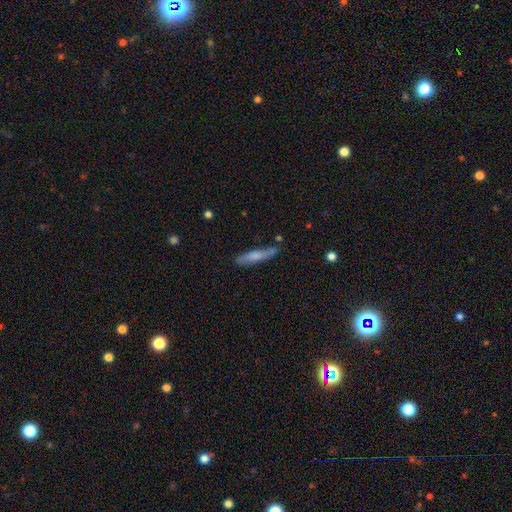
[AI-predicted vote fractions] A smooth galaxy with no disk features (65%) that is cigar-shaped (84%). Merging: none (77%).